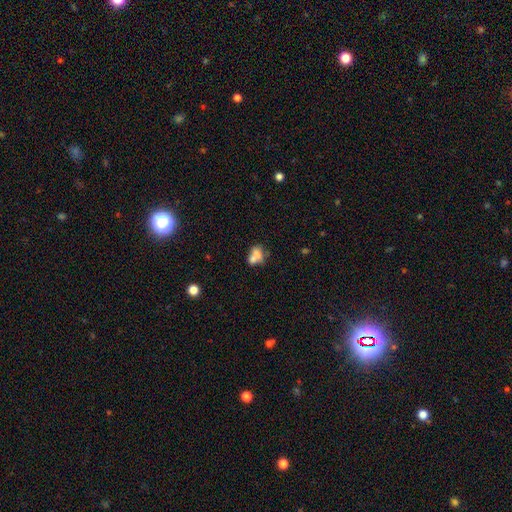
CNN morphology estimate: type=smooth (63%); roundness=in between (65%); merging=merger (57%).